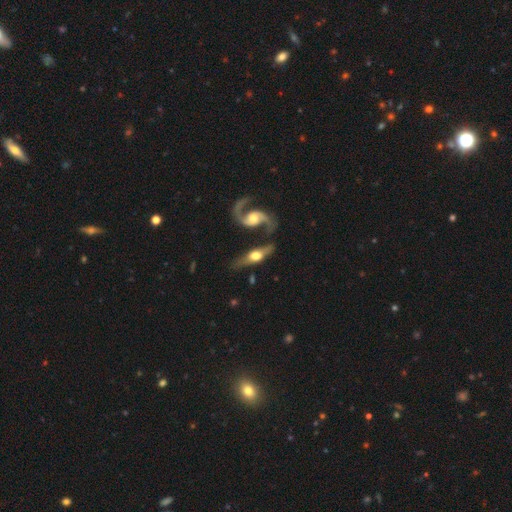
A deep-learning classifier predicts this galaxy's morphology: smooth_or_featured: featured or disk (p=0.73) [alt: smooth p=0.22]
disk_edge_on: yes (p=0.57) [alt: no p=0.43]
merging: none (p=0.49) [alt: merger p=0.24]